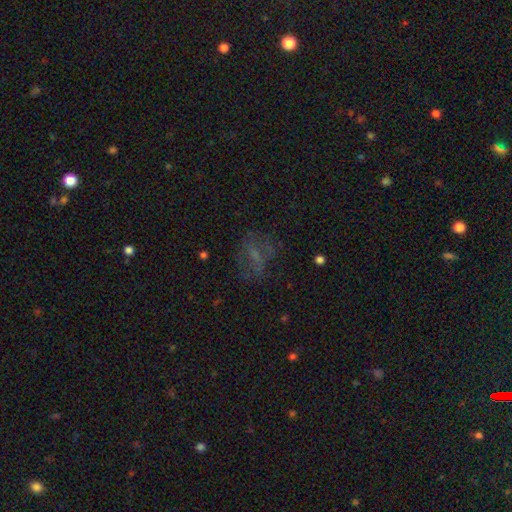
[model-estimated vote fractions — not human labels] This appears to be a smooth galaxy with no disk features (37%, tied with featured or disk). Merging: none (58%).